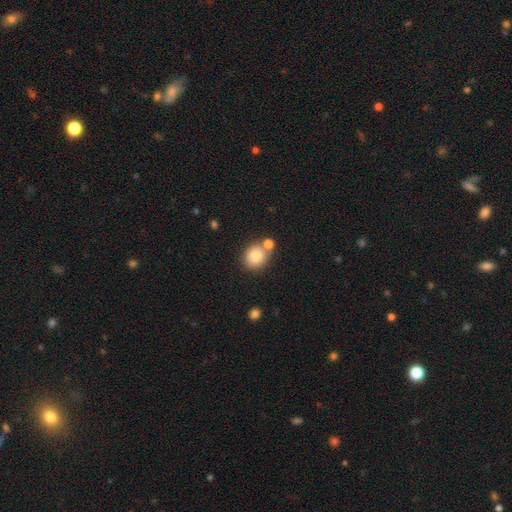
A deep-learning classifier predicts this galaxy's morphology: Smooth or featured: smooth — 81% (featured or disk — 10%)
How rounded: round — 74% (in between — 25%)
Merging: none — 66% (merger — 21%)